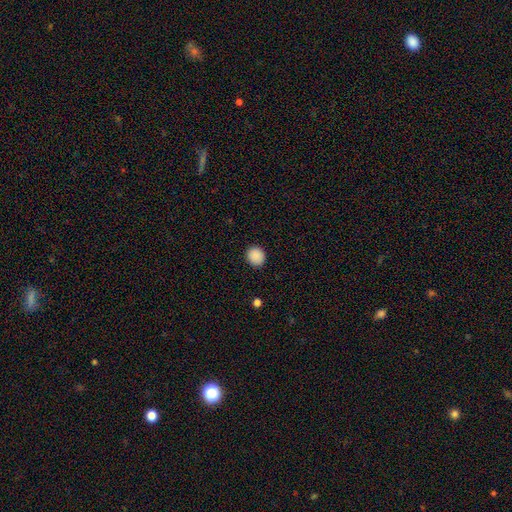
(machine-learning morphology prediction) This appears to be a smooth galaxy with no disk features (89%) that is round (86%). Merging: none (92%).